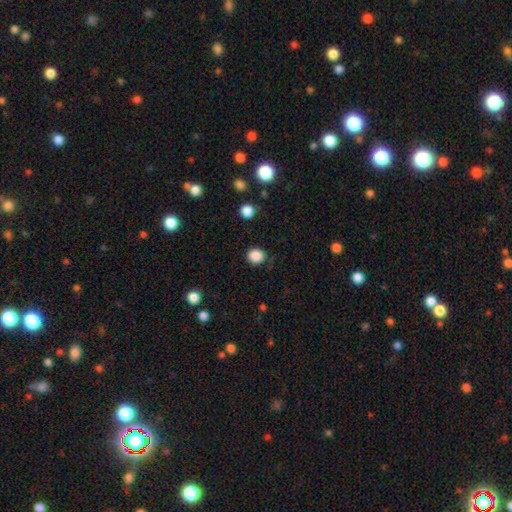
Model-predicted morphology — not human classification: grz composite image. It shows a smooth galaxy with no disk features (87%) that is round (78%). Merging: none (83%).